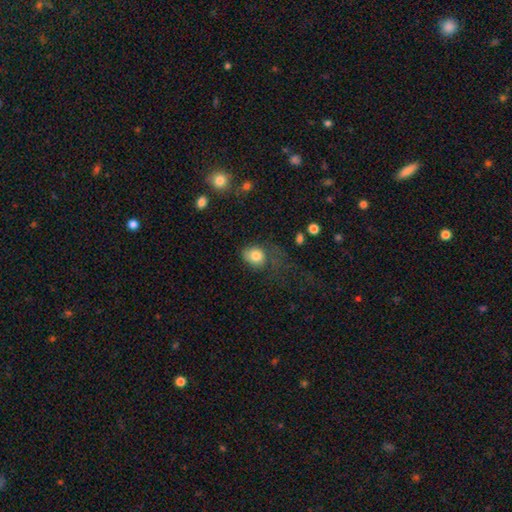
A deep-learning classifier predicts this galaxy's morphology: Smooth or featured? smooth (82%)
How rounded? round (54%)
Merging? none (43%)